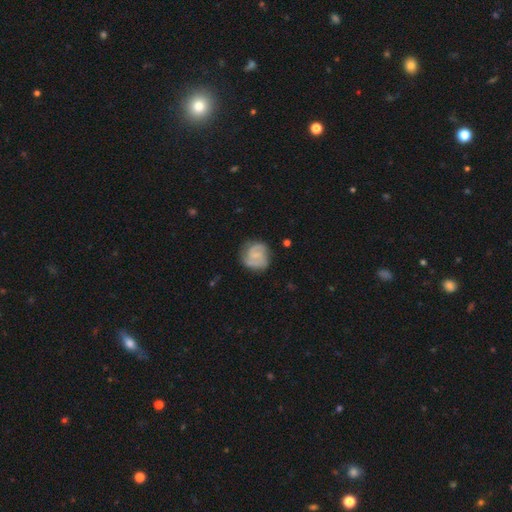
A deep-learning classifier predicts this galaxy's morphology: Smooth or featured?
  - featured or disk: 68% *
  - smooth: 26%
  - star or artifact: 6%
Edge-on disk?
  - no: 98% *
  - yes: 2%
Bar?
  - no: 50% *
  - weak: 42%
  - strong: 8%
Spiral arms?
  - yes: 93% *
  - no: 7%
Spiral winding?
  - tight: 44% *
  - medium: 43%
  - loose: 13%
Spiral arm count?
  - 2: 64% *
  - 3: 14%
  - can't tell: 14%
  - 1: 4%
  - 4: 2%
  - more than 4: 2%
Bulge size?
  - small: 47% *
  - none: 35%
  - moderate: 15%
  - large: 2%
  - dominant: 1%
Merging?
  - none: 73% *
  - minor disturbance: 19%
  - major disturbance: 7%
  - merger: 2%